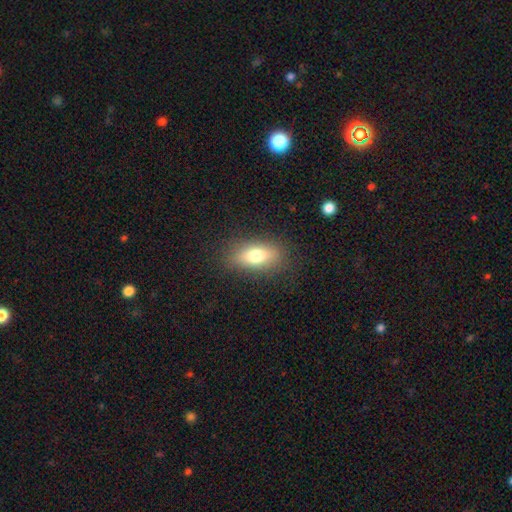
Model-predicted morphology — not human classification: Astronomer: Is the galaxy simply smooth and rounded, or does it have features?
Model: smooth — 75%.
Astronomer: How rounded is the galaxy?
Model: in between — 81%.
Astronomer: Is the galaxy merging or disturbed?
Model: none — 85%.